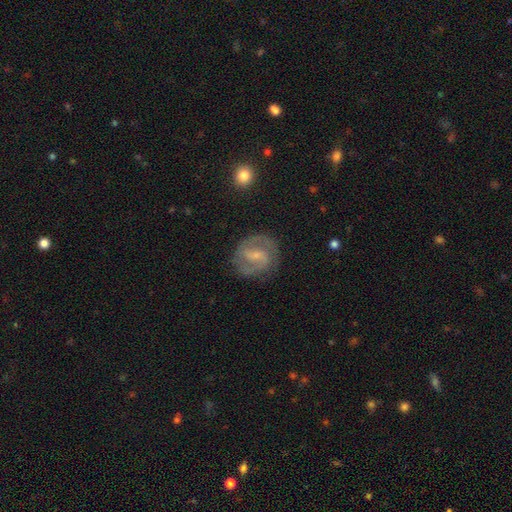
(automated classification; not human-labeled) This appears to be a featured or disk galaxy (83%) with a weak bar (54%), 2 (88%) medium (53%) spiral arms (95%) and a small central bulge (61%). Merging: none (81%).